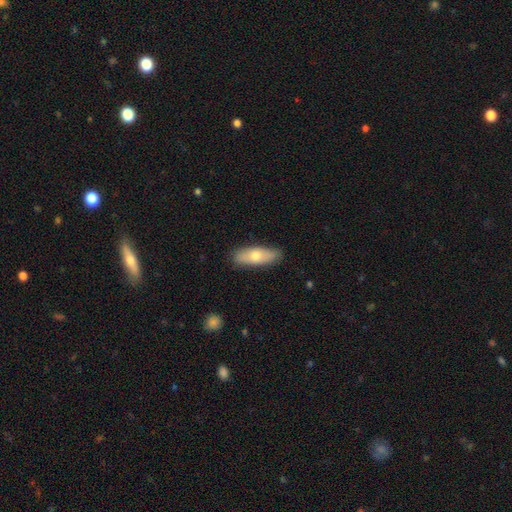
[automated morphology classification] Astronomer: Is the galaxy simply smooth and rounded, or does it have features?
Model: smooth — 66%.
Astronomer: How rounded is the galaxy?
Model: in between — 58% (runner-up: cigar-shaped, 39%).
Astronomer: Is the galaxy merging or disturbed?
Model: none — 87%.